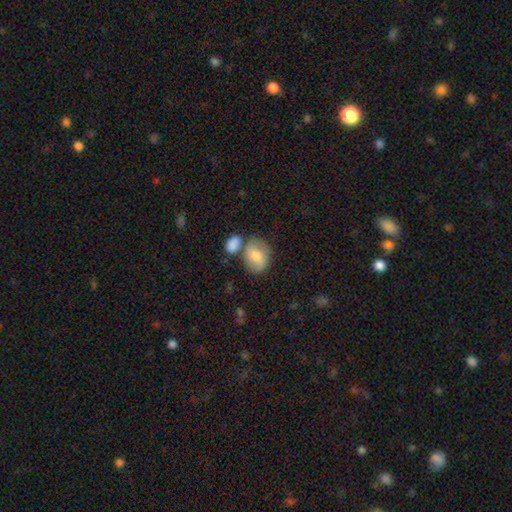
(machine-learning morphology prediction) Smooth or featured? Predicted: smooth (p=0.65). How rounded? Predicted: in between (p=0.58). Merging? Predicted: none (p=0.53).